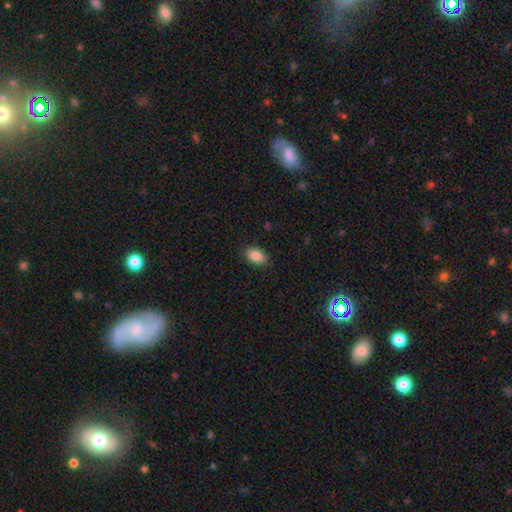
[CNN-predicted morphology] Smooth or featured: smooth — 88% (star or artifact — 8%)
How rounded: in between — 86% (round — 13%)
Merging: none — 87% (minor disturbance — 10%)